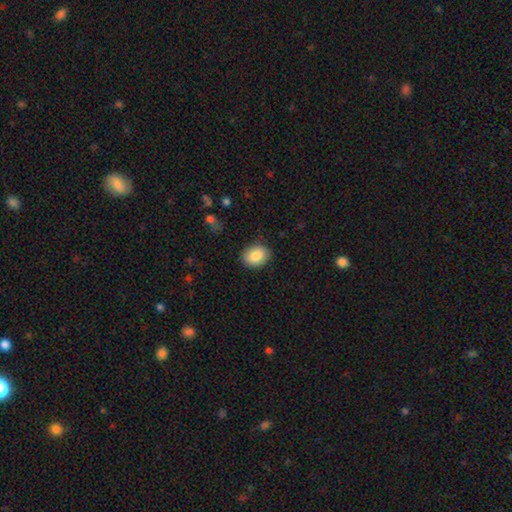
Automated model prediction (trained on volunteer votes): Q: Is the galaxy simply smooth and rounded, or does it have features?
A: smooth — 86%.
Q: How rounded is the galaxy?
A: in between — 61%.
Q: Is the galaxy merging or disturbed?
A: none — 87%.